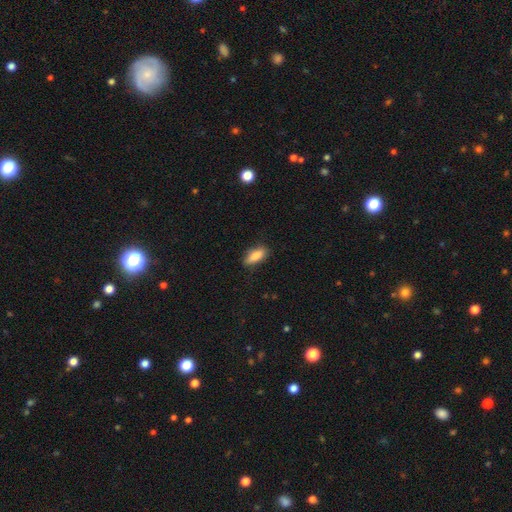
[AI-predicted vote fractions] The model was most divided on "how rounded": in between: 78%, cigar-shaped: 20%, round: 3%. More confident: smooth or featured — smooth (86%); merging — none (80%).